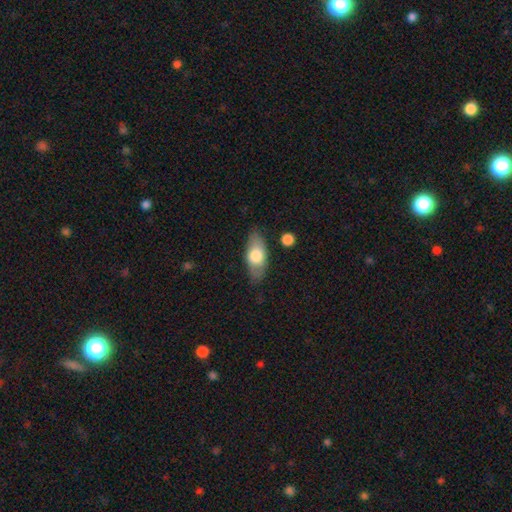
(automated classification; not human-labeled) This appears to be a smooth galaxy with no disk features (69%) that is in between round and cigar-shaped (84%). Merging: none (78%).